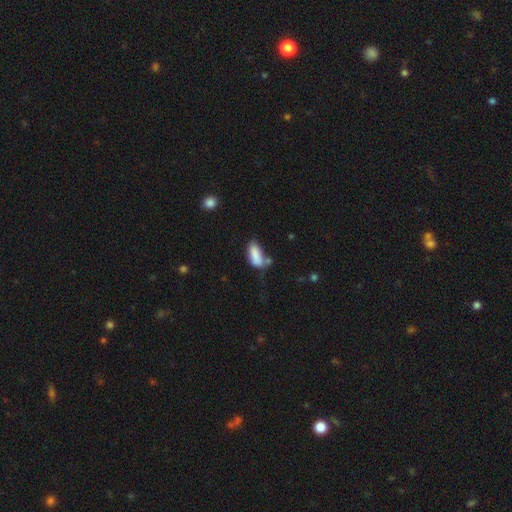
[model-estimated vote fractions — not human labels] smooth 84%, featured or disk 8%, star or artifact 8%. Down the decision tree: how rounded — in between (82%); merging — none (44%).